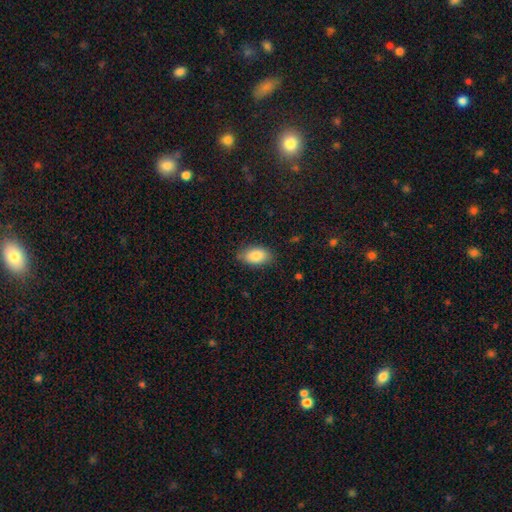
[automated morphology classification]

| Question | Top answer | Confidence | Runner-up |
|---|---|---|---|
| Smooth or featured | smooth | 85% | featured or disk (8%) |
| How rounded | in between | 92% | round (6%) |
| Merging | none | 81% | minor disturbance (15%) |